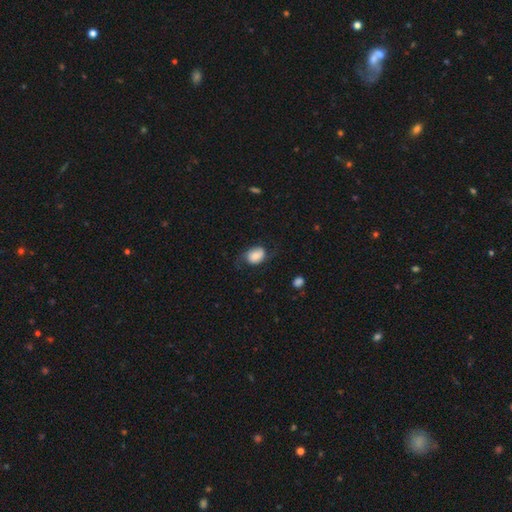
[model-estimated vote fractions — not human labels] Q: Smooth or featured?
A: smooth (63%); runner-up: featured or disk (29%)
Q: How rounded?
A: in between (69%); runner-up: round (30%)
Q: Merging?
A: none (56%); runner-up: minor disturbance (26%)